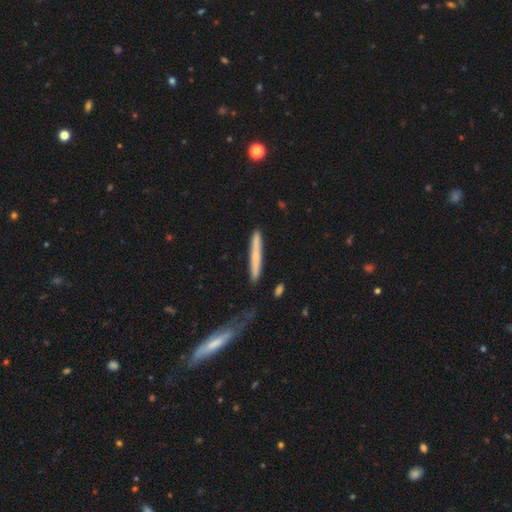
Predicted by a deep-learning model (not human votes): Q: Smooth or featured?
A: smooth (66%); runner-up: featured or disk (28%)
Q: How rounded?
A: cigar-shaped (96%); runner-up: in between (3%)
Q: Merging?
A: none (78%); runner-up: minor disturbance (15%)